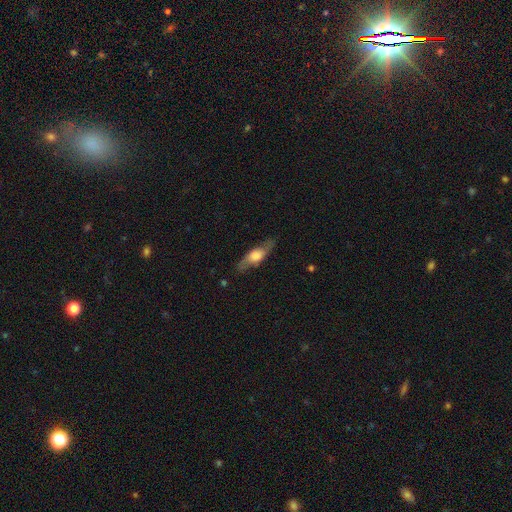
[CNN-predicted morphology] Q: Smooth or featured?
A: featured or disk (53%); runner-up: smooth (41%)
Q: Edge-on disk?
A: yes (66%); runner-up: no (34%)
Q: Merging?
A: none (80%); runner-up: minor disturbance (14%)